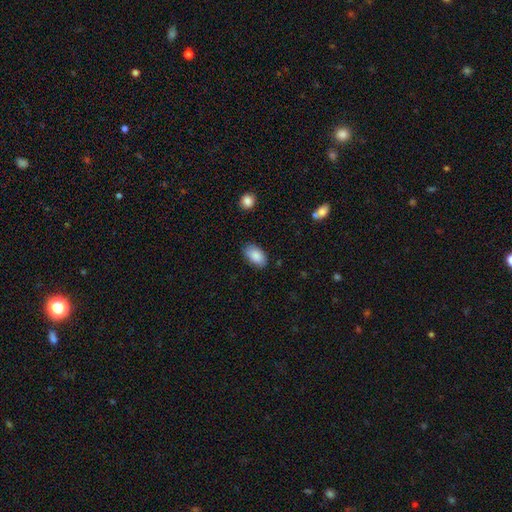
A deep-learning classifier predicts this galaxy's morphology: Overall: smooth (88%). How rounded: in between (93%). Merging: none (82%).